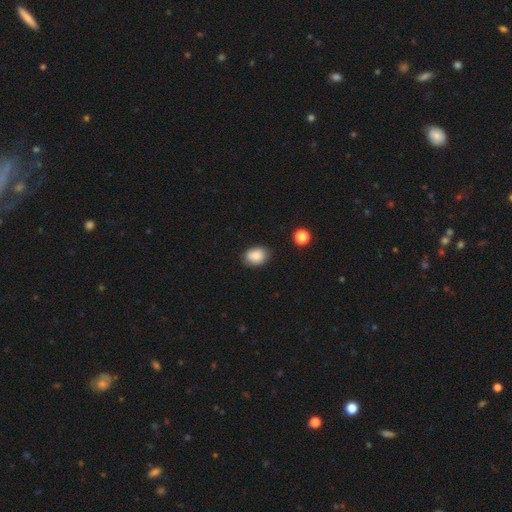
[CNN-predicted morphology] A smooth galaxy with no disk features (84%) that is in between round and cigar-shaped (71%). Merging: none (79%).